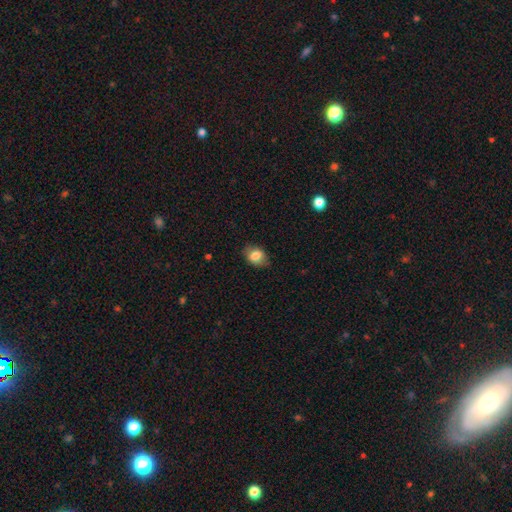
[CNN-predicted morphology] Smooth or featured? Predicted: smooth (p=0.80). How rounded? Predicted: in between (p=0.69). Merging? Predicted: none (p=0.80).